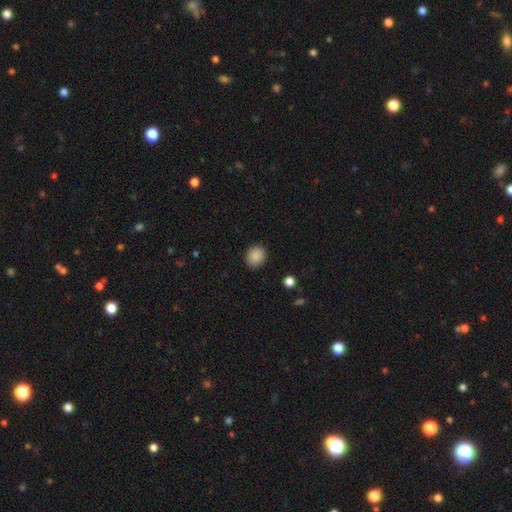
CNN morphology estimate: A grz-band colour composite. It shows a smooth galaxy with no disk features (88%) that is round (79%). Merging: none (89%).